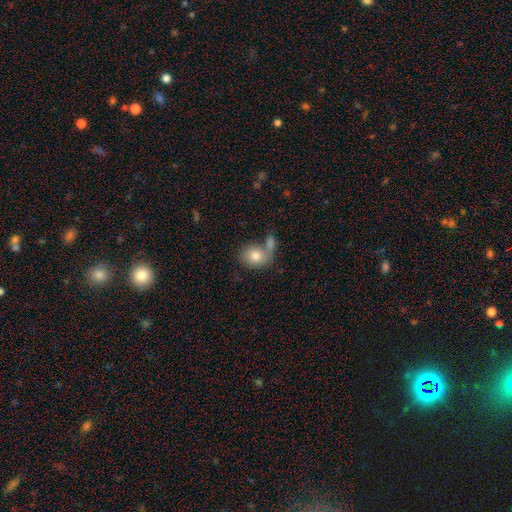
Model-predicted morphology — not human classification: Smooth or featured? Predicted: smooth (p=0.80). How rounded? Predicted: in between (p=0.51). Merging? Predicted: none (p=0.45).